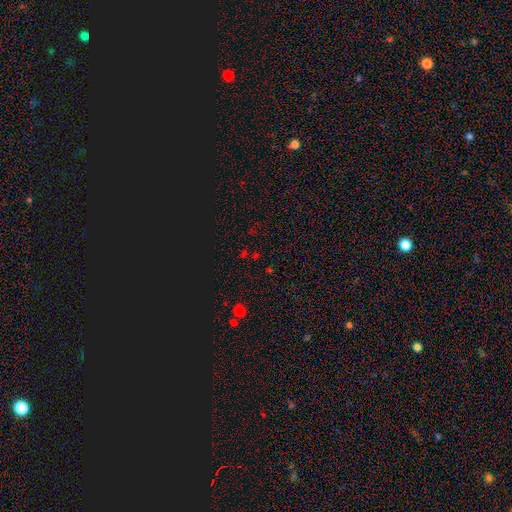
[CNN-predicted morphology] smooth_or_featured: star or artifact (p=0.60) [alt: smooth p=0.32]